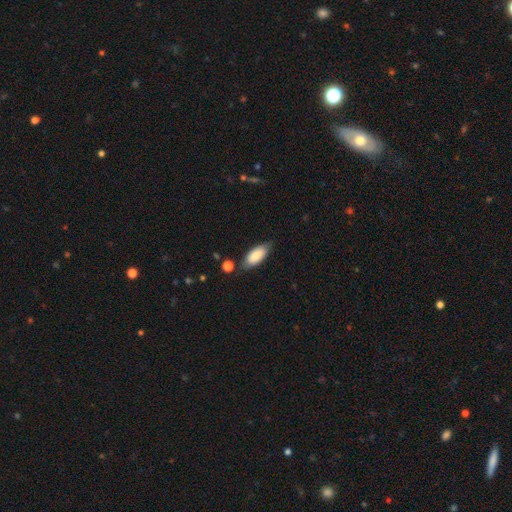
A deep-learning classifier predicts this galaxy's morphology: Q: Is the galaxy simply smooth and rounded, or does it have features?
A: smooth — 82%.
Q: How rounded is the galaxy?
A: in between — 87%.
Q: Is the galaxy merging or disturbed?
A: none — 72%.